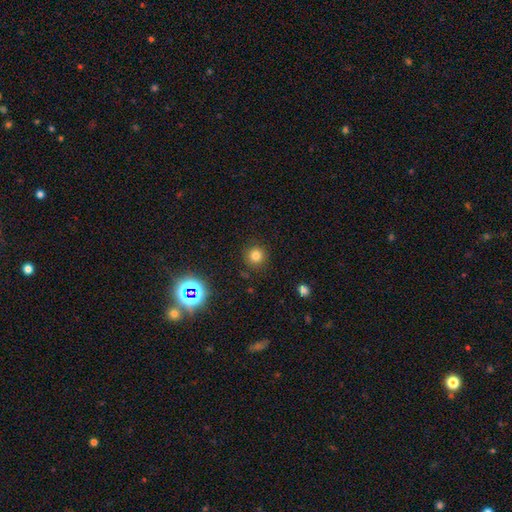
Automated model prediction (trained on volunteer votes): Q: Smooth or featured?
A: smooth (77%); runner-up: star or artifact (17%)
Q: How rounded?
A: round (93%); runner-up: in between (6%)
Q: Merging?
A: none (89%); runner-up: minor disturbance (7%)